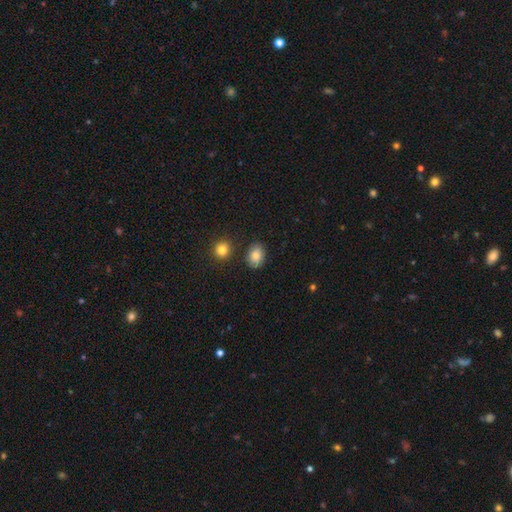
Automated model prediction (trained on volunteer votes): smooth_or_featured: smooth (p=0.82) [alt: featured or disk p=0.09]
how_rounded: in between (p=0.71) [alt: round p=0.28]
merging: none (p=0.81) [alt: minor disturbance p=0.12]